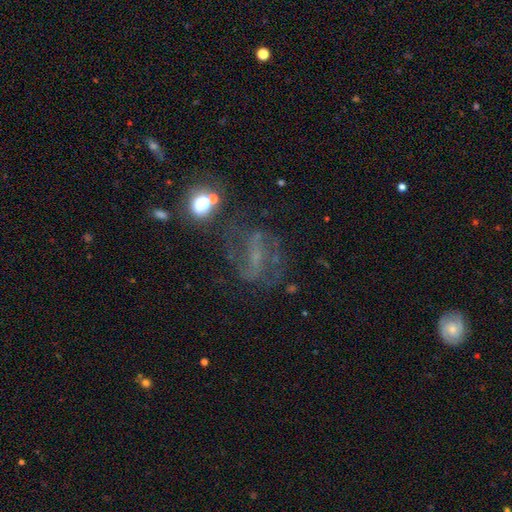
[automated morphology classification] Smooth or featured?
  - featured or disk: 66% *
  - star or artifact: 19%
  - smooth: 15%
Edge-on disk?
  - no: 94% *
  - yes: 6%
Bar?
  - weak: 43% *
  - strong: 34%
  - no: 23%
Spiral arms?
  - yes: 80% *
  - no: 20%
Bulge size?
  - small: 56% *
  - none: 27%
  - moderate: 13%
  - large: 2%
  - dominant: 1%
Merging?
  - none: 61% *
  - major disturbance: 18%
  - minor disturbance: 17%
  - merger: 5%